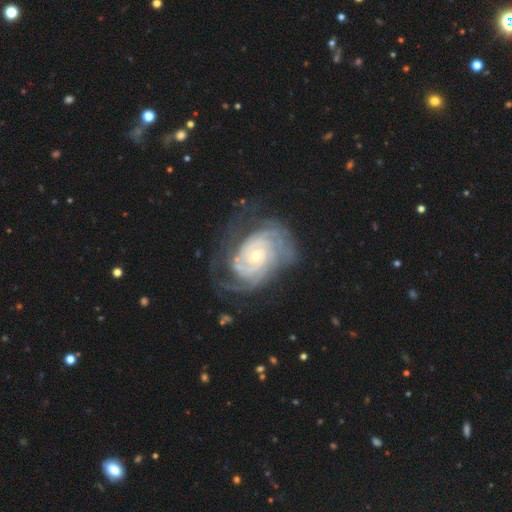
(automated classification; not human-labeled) This appears to be a featured or disk galaxy (89%) with no bar (73%), tight (76%) spiral arms (97%) and a small central bulge (66%). Merging: none (64%).